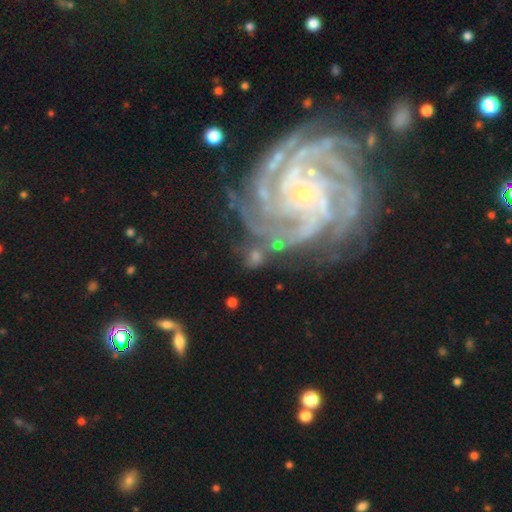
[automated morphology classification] Overall: featured or disk (84%). Edge-on disk: no (97%). Bar: no (71%). Spiral arms: yes (96%). Spiral arm count: more than 4 (23%, tied with 4). Spiral winding: tight (67%). Bulge size: small (79%). Merging: none (67%).